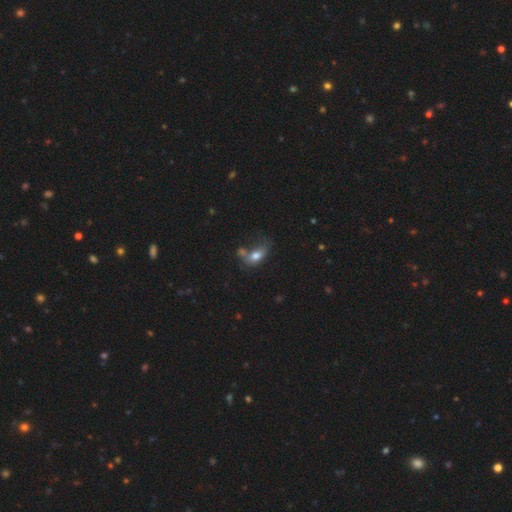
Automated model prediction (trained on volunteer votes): smooth_or_featured: smooth (p=0.69) [alt: featured or disk p=0.21]
how_rounded: in between (p=0.82) [alt: round p=0.11]
merging: merger (p=0.30) [alt: none p=0.25]